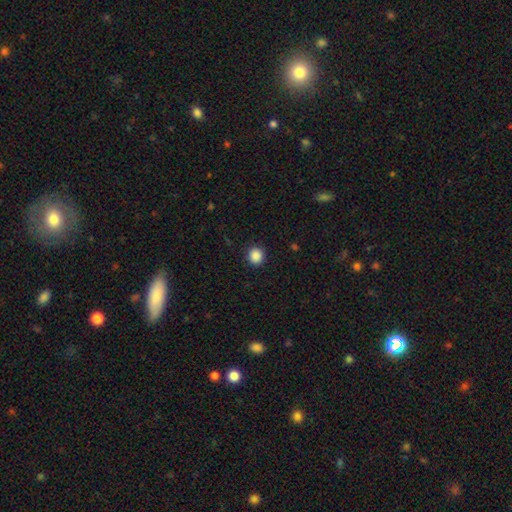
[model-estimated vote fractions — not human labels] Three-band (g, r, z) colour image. It shows a smooth galaxy with no disk features (88%) that is round (89%). Merging: none (91%).